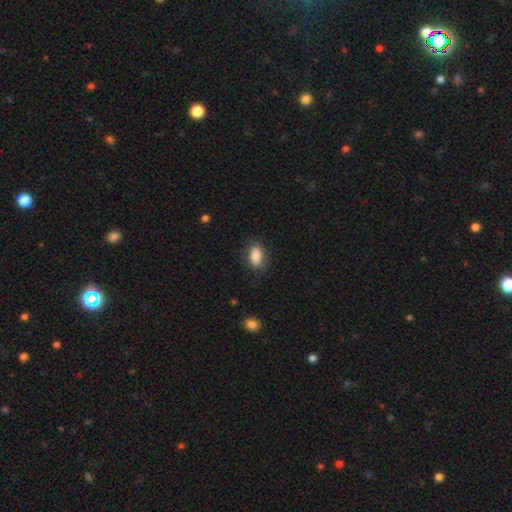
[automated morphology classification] Q: Smooth or featured?
A: smooth (86%); runner-up: star or artifact (7%)
Q: How rounded?
A: in between (90%); runner-up: round (6%)
Q: Merging?
A: none (82%); runner-up: minor disturbance (13%)